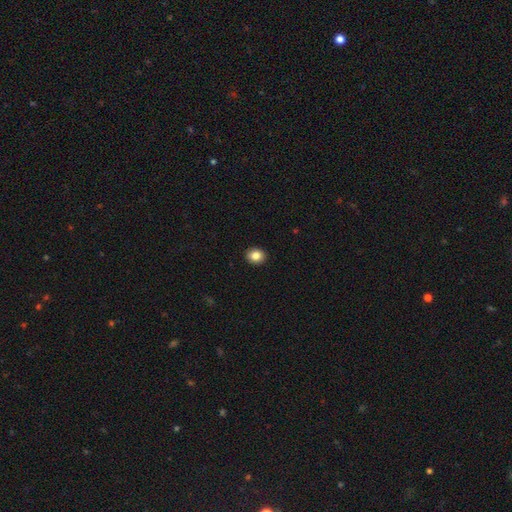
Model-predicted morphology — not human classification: Smooth or featured? Predicted: smooth (p=0.85). How rounded? Predicted: round (p=0.62). Merging? Predicted: none (p=0.92).